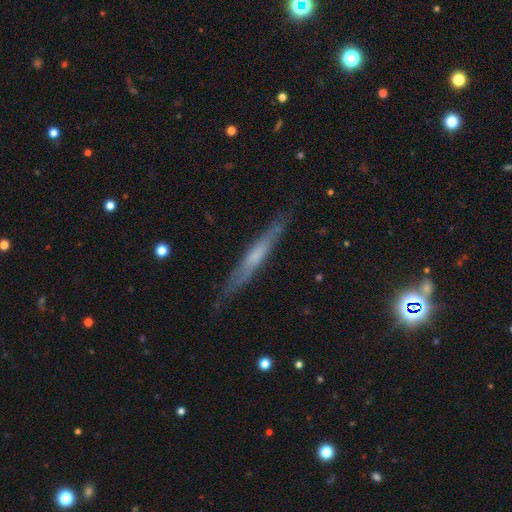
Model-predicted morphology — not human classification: Smooth or featured?
  - featured or disk: 56% *
  - smooth: 38%
  - star or artifact: 7%
Edge-on disk?
  - yes: 91% *
  - no: 9%
Edge-on bulge?
  - none: 56% *
  - rounded: 29%
  - boxy: 15%
Merging?
  - none: 80% *
  - minor disturbance: 15%
  - major disturbance: 3%
  - merger: 2%